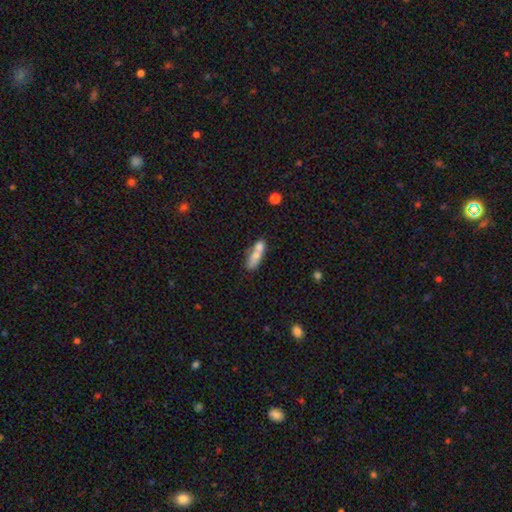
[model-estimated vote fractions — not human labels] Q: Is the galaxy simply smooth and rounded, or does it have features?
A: smooth — 69%.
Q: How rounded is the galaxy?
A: in between — 51%.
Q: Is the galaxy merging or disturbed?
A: merger — 41%.